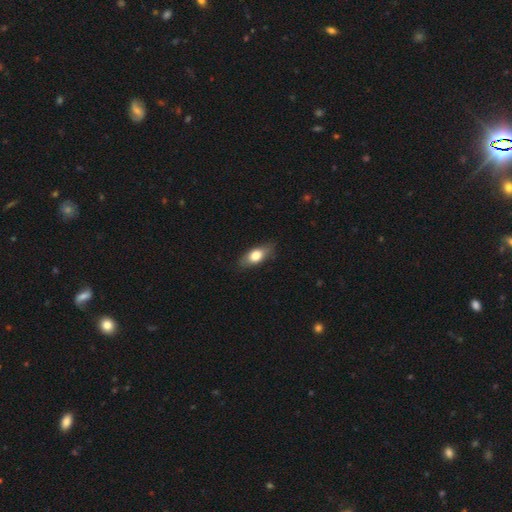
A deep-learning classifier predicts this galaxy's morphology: This appears to be a smooth galaxy with no disk features (73%) that is in between round and cigar-shaped (81%). Merging: none (81%).